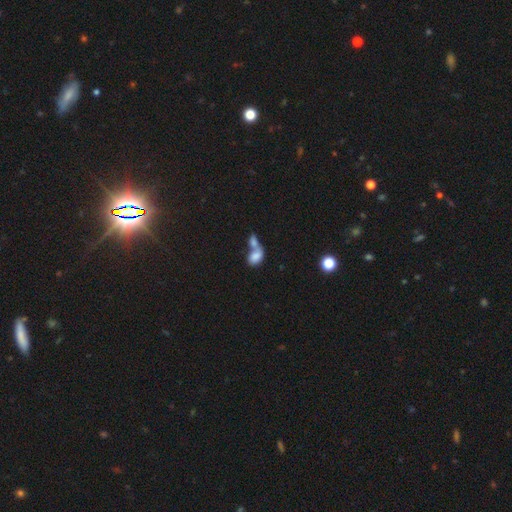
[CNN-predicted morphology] This is likely a smooth galaxy (78%). How rounded: clearly in between (82%). Merging: likely merger (73%).